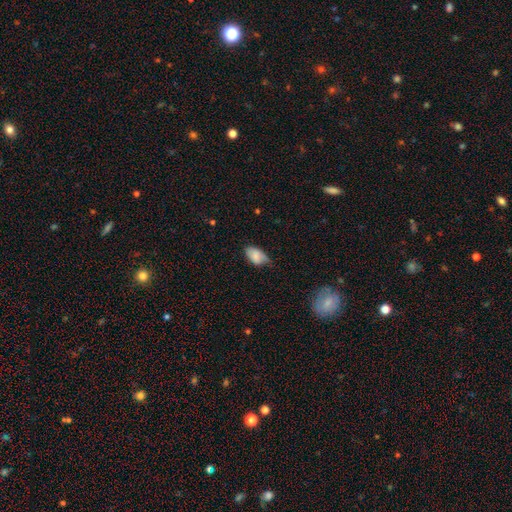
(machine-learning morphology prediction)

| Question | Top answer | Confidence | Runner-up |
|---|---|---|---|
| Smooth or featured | smooth | 81% | featured or disk (12%) |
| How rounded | in between | 92% | round (6%) |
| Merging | none | 47% | minor disturbance (42%) |